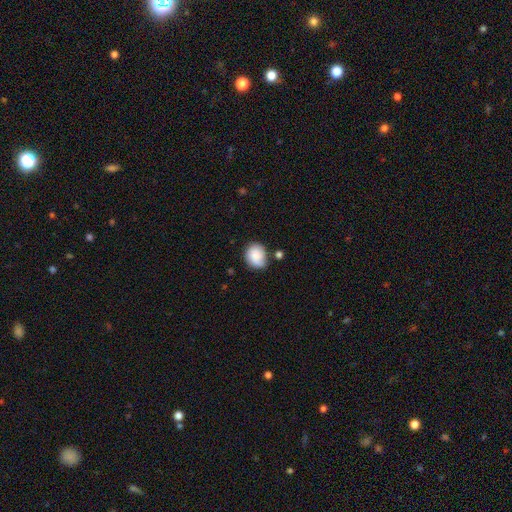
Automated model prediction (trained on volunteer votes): A smooth galaxy with no disk features (76%) that is round (59%).

Vote fractions:
- Smooth or featured? smooth: 76% / featured or disk: 16% / star or artifact: 8%
- How rounded? round: 59% / in between: 40% / cigar-shaped: 1%
- Merging? none: 58% / minor disturbance: 27% / major disturbance: 8% / merger: 7%